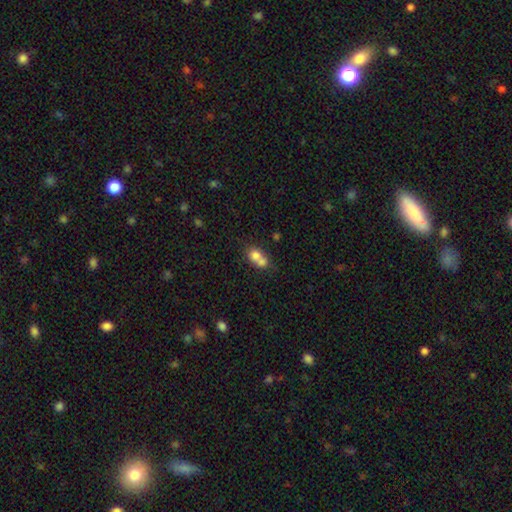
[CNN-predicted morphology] A smooth galaxy with no disk features (72%) that is round (63%). Merging: merger (66%).